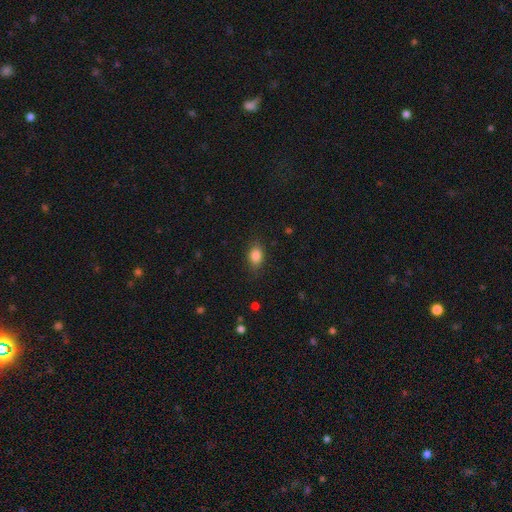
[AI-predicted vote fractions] This is clearly a smooth galaxy (84%). How rounded: likely in between (76%). Merging: clearly none (81%).